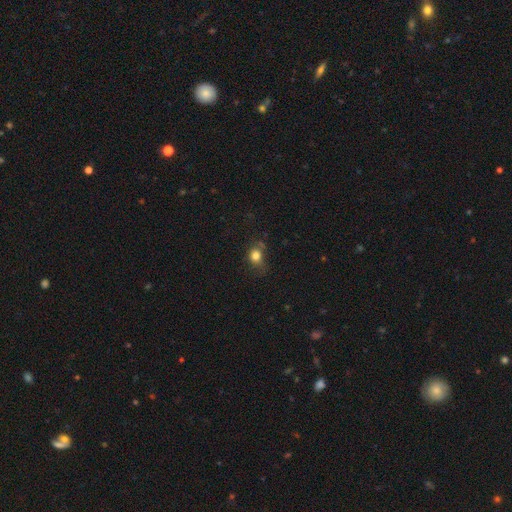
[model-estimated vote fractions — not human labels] Q: Smooth or featured?
A: smooth (80%); runner-up: star or artifact (12%)
Q: How rounded?
A: round (62%); runner-up: in between (36%)
Q: Merging?
A: none (54%); runner-up: minor disturbance (28%)